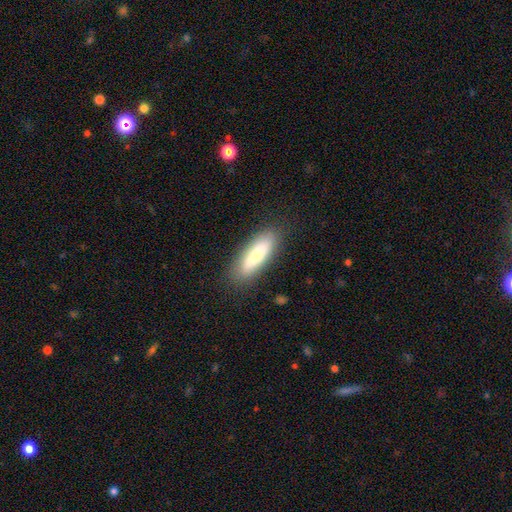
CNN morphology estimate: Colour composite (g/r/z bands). It shows a smooth galaxy with no disk features (74%) that is cigar-shaped (52%). Merging: none (85%).